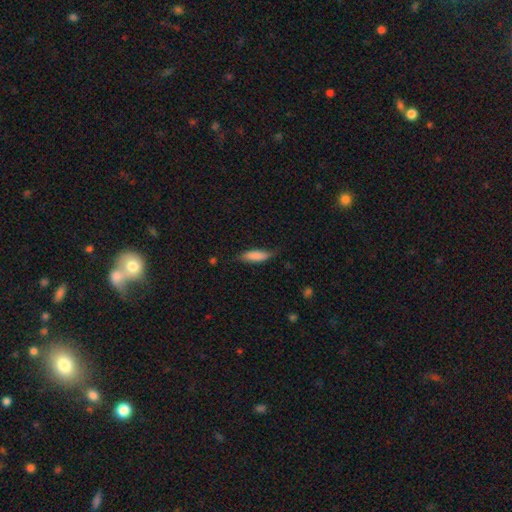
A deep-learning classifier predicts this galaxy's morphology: smooth 82%, featured or disk 12%, star or artifact 6%. Down the decision tree: how rounded — cigar-shaped (50%); merging — none (68%).